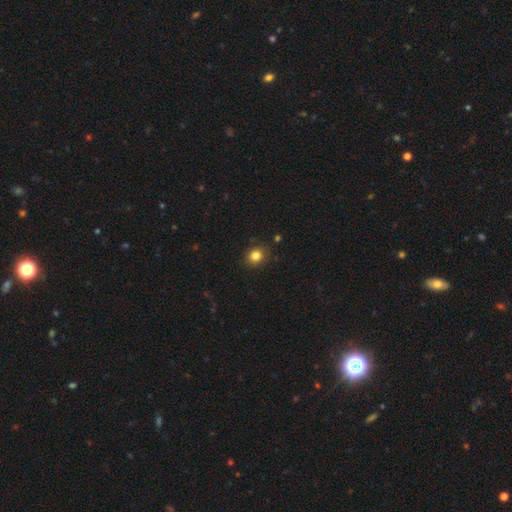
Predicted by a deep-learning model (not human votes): Smooth or featured: smooth — 83% (star or artifact — 12%)
How rounded: round — 68% (in between — 31%)
Merging: none — 87% (minor disturbance — 9%)